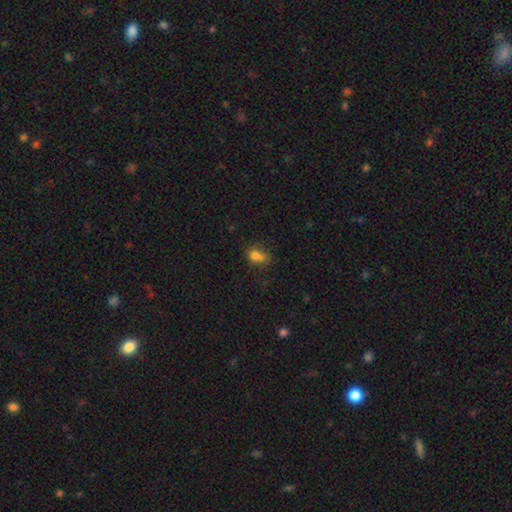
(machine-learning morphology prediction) Overall: smooth (70%). How rounded: round (52%; in between 47%). Merging: merger (38%; none 35%).